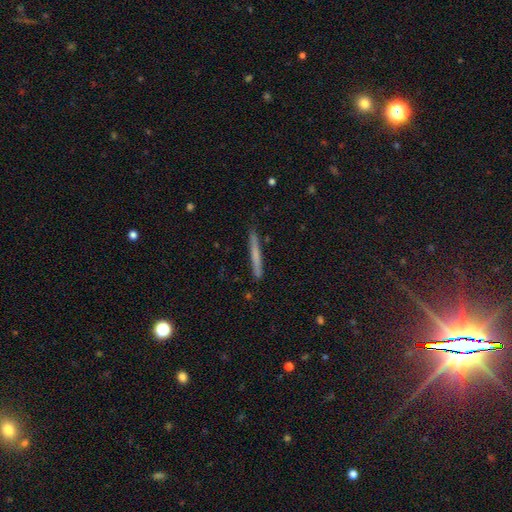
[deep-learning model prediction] A smooth galaxy with no disk features (60%) that is cigar-shaped (97%).

Vote fractions:
- Smooth or featured? smooth: 60% / featured or disk: 34% / star or artifact: 6%
- How rounded? cigar-shaped: 97% / in between: 2% / round: 1%
- Merging? none: 88% / minor disturbance: 9% / major disturbance: 2% / merger: 1%